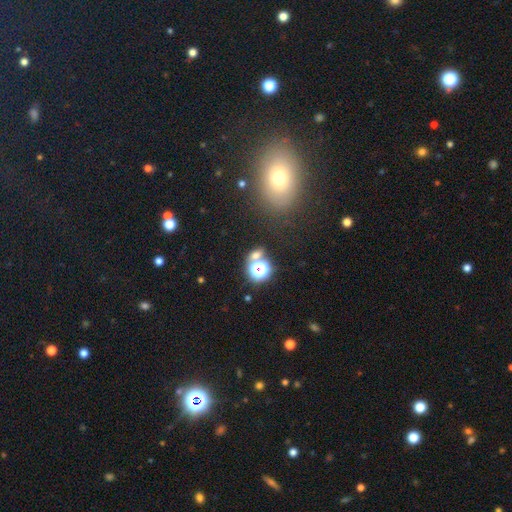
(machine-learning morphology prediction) Smooth or featured? Predicted: smooth (p=0.51). How rounded? Predicted: round (p=0.70). Merging? Predicted: none (p=0.64).